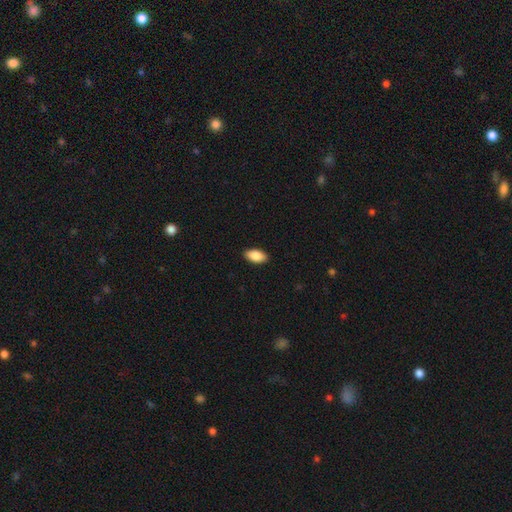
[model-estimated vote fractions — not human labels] Overall: smooth (88%). How rounded: in between (93%). Merging: none (89%).